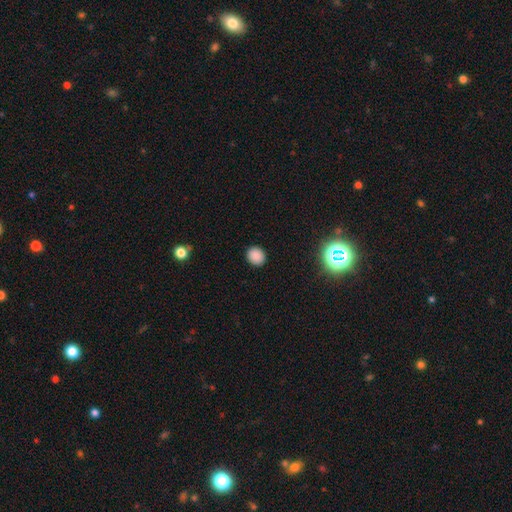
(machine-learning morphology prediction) The model was most divided on "how rounded": round: 76%, in between: 23%, cigar-shaped: 1%. More confident: merging — none (90%); smooth or featured — smooth (86%).